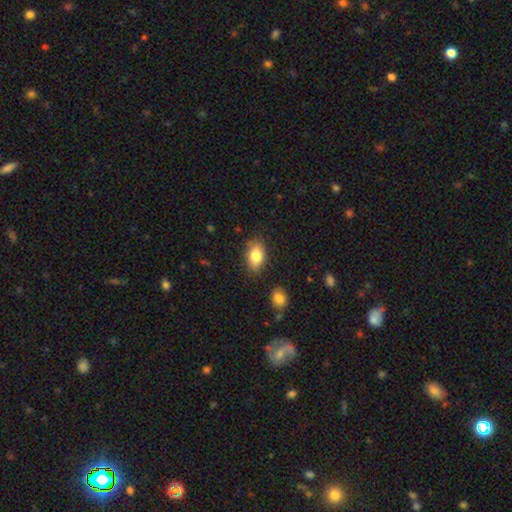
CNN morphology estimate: Smooth or featured?
  - smooth: 80% *
  - featured or disk: 12%
  - star or artifact: 8%
How rounded?
  - in between: 88% *
  - round: 9%
  - cigar-shaped: 3%
Merging?
  - none: 81% *
  - minor disturbance: 14%
  - major disturbance: 3%
  - merger: 2%